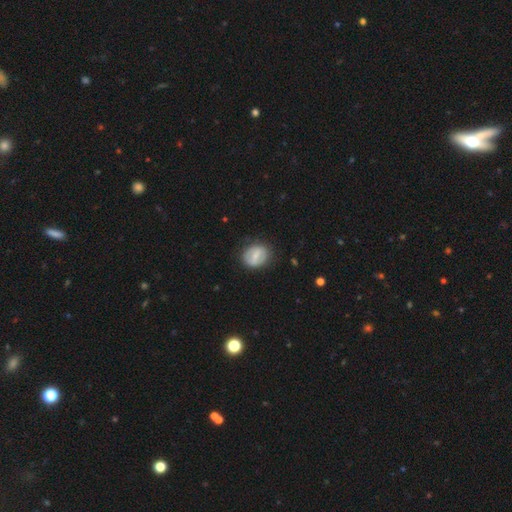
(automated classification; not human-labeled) smooth 55%, featured or disk 38%, star or artifact 7%. Down the decision tree: how rounded — round (50%); merging — none (81%).